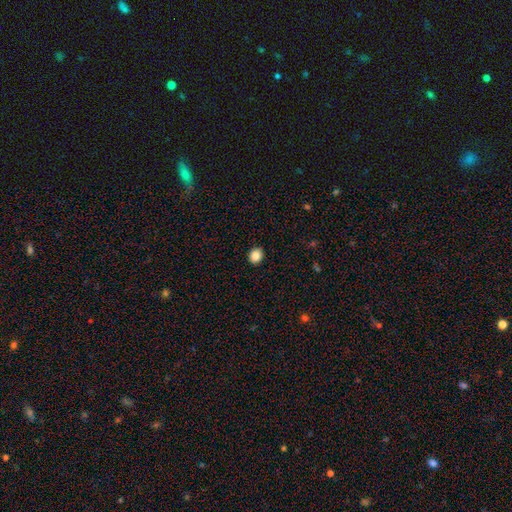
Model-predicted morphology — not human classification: Smooth or featured: smooth — 87% (star or artifact — 10%)
How rounded: round — 70% (in between — 29%)
Merging: none — 91% (minor disturbance — 6%)